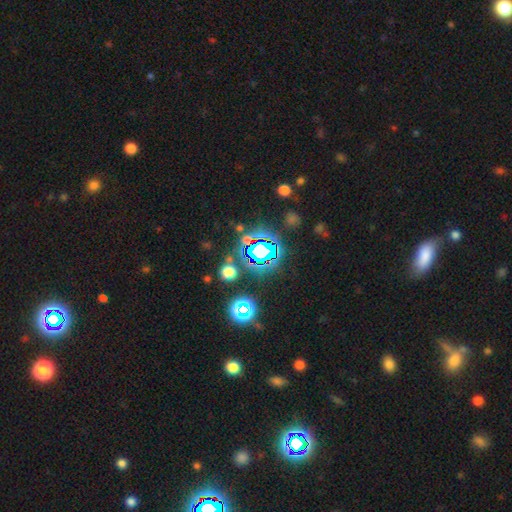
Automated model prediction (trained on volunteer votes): Smooth or featured?
  - star or artifact: 77% *
  - smooth: 15%
  - featured or disk: 8%